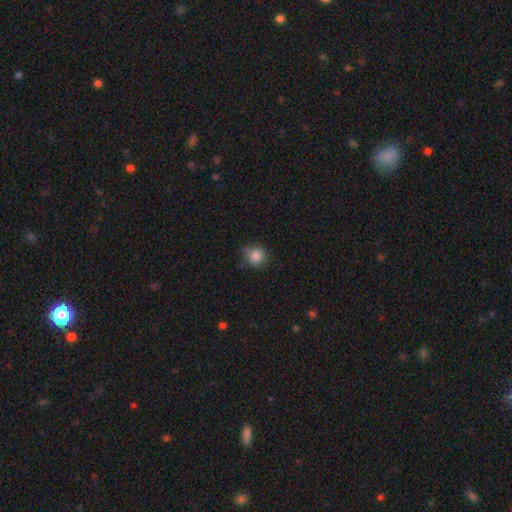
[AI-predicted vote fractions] This is clearly a smooth galaxy (85%). How rounded: clearly round (90%). Merging: likely none (74%).